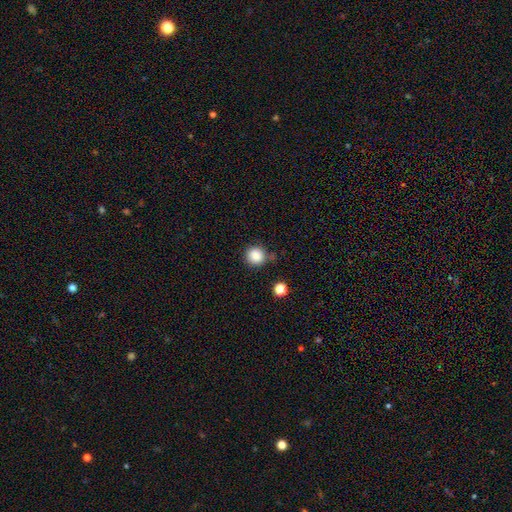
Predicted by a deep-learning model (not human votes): Smooth or featured?
  - smooth: 85% *
  - star or artifact: 10%
  - featured or disk: 4%
How rounded?
  - round: 93% *
  - in between: 6%
  - cigar-shaped: 1%
Merging?
  - none: 74% *
  - minor disturbance: 15%
  - merger: 6%
  - major disturbance: 4%